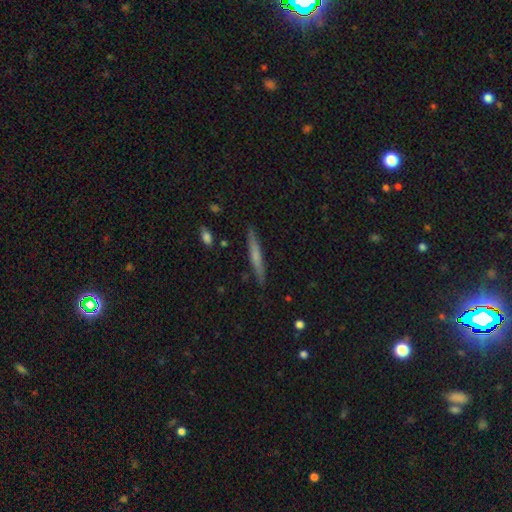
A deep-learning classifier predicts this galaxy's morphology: Overall: smooth (54%; featured or disk 40%). How rounded: cigar-shaped (95%). Merging: none (89%).